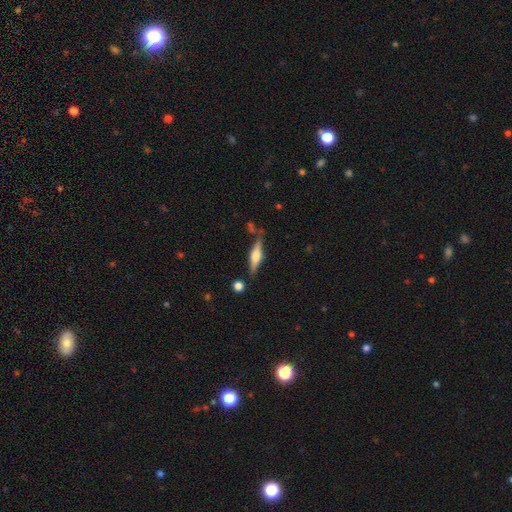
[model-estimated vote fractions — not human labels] Smooth or featured?
  - featured or disk: 64% *
  - smooth: 30%
  - star or artifact: 6%
Edge-on disk?
  - yes: 95% *
  - no: 5%
Edge-on bulge?
  - rounded: 91% *
  - boxy: 7%
  - none: 2%
Merging?
  - none: 77% *
  - minor disturbance: 13%
  - merger: 6%
  - major disturbance: 3%